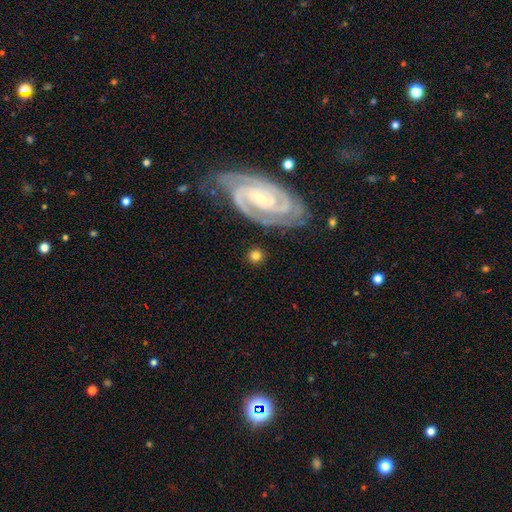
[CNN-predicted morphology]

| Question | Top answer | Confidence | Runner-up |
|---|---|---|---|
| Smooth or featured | smooth | 54% | featured or disk (38%) |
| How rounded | round | 80% | in between (17%) |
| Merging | none | 80% | minor disturbance (11%) |